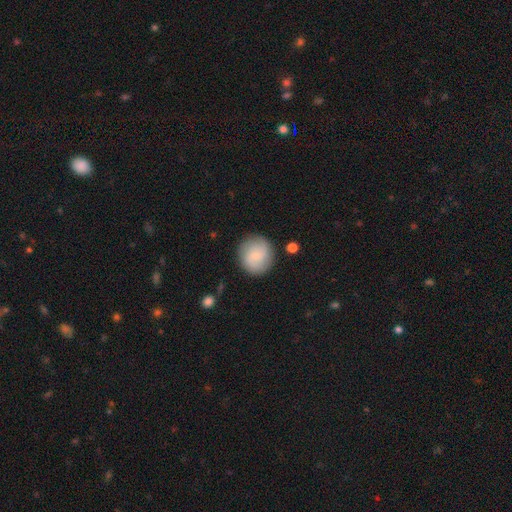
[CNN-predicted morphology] type=smooth (65%); roundness=round (91%); merging=none (85%).